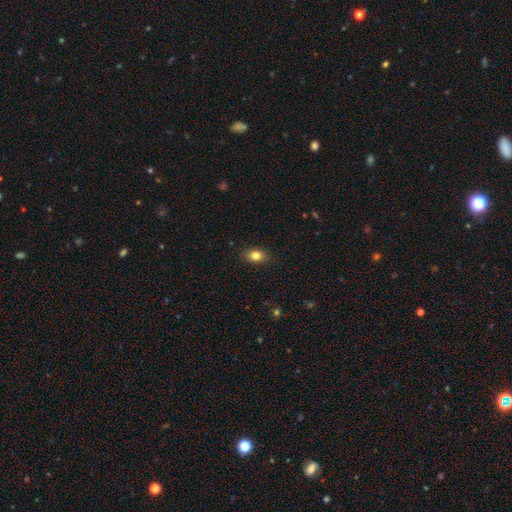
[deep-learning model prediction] A smooth galaxy with no disk features (82%) that is in between round and cigar-shaped (77%). Merging: none (88%).